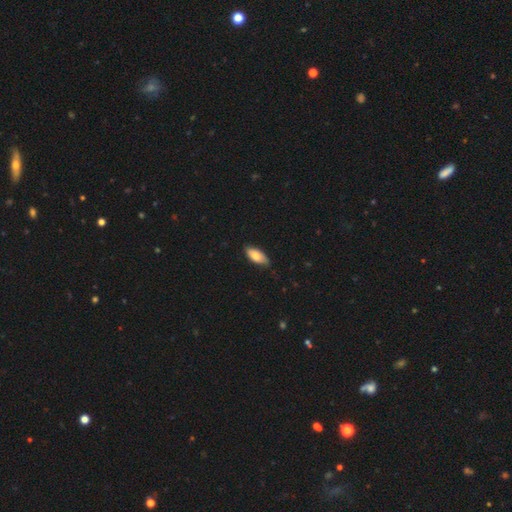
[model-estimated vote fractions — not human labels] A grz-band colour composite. It shows a smooth galaxy with no disk features (79%) that is in between round and cigar-shaped (88%). Merging: none (76%).